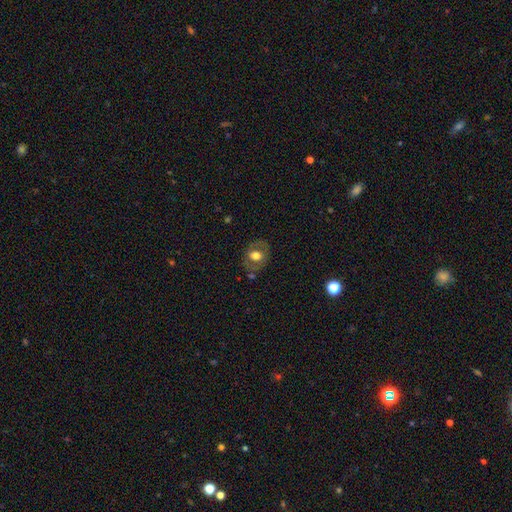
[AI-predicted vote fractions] This appears to be a smooth galaxy with no disk features (54%) that is in between round and cigar-shaped (50%). Merging: none (72%).